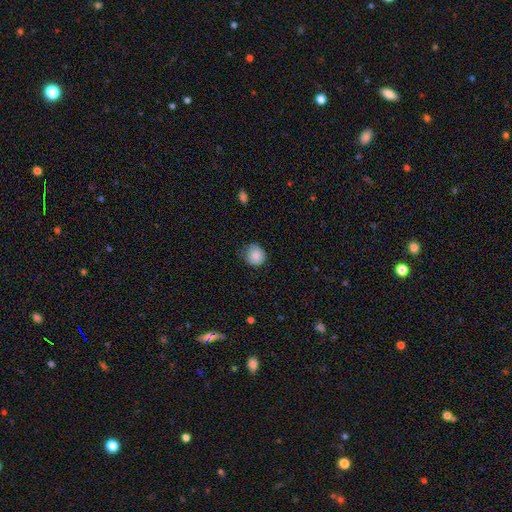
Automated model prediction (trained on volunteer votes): smooth 77%, featured or disk 14%, star or artifact 8%. Down the decision tree: how rounded — round (89%); merging — none (69%).